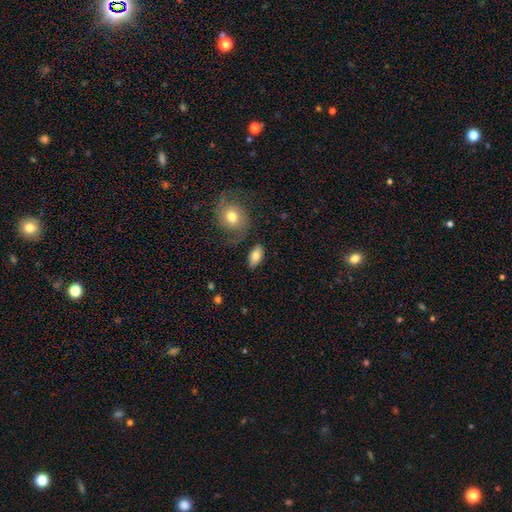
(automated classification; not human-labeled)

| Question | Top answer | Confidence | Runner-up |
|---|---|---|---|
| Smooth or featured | smooth | 77% | featured or disk (15%) |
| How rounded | in between | 92% | round (5%) |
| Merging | none | 79% | minor disturbance (12%) |